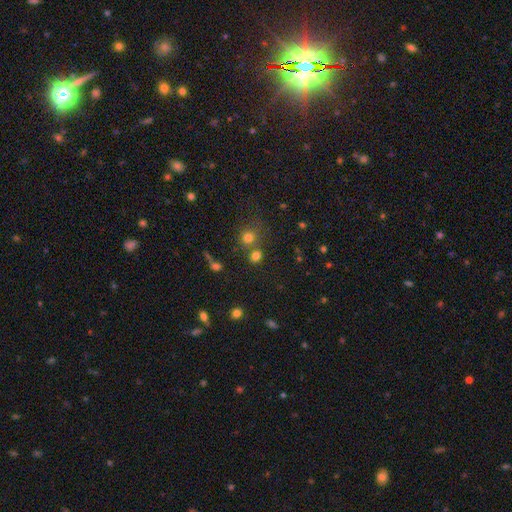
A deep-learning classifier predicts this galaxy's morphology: Overall: smooth (74%). How rounded: round (78%). Merging: none (63%; merger 24%).